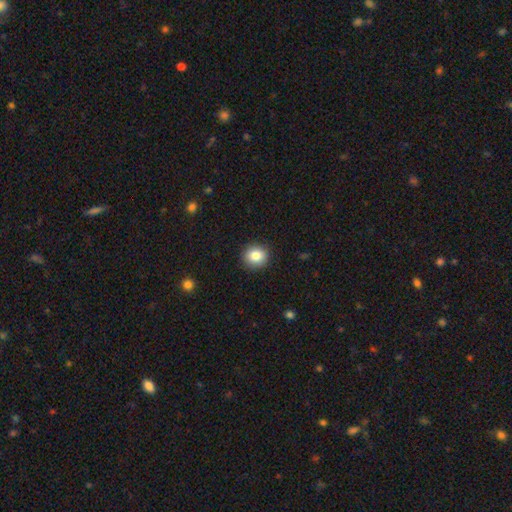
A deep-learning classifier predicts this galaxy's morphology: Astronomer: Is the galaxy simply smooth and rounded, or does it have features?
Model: smooth — 84%.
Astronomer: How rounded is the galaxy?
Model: round — 84%.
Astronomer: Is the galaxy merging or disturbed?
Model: none — 91%.